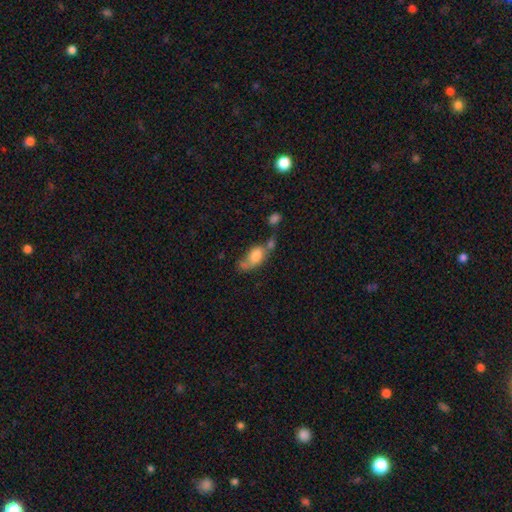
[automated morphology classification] smooth-or-featured: smooth: 67% | featured or disk: 24% | star or artifact: 9%
  how-rounded: in between: 84% | round: 8% | cigar-shaped: 8%
  merging: merger: 42% | none: 23% | major disturbance: 18% | minor disturbance: 17%